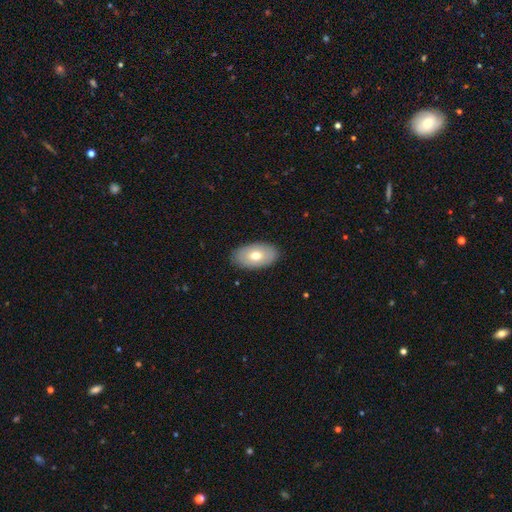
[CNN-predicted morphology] A smooth galaxy with no disk features (68%) that is in between round and cigar-shaped (93%).

Vote fractions:
- Smooth or featured? smooth: 68% / featured or disk: 26% / star or artifact: 6%
- How rounded? in between: 93% / round: 5% / cigar-shaped: 1%
- Merging? none: 87% / minor disturbance: 10% / major disturbance: 2% / merger: 1%